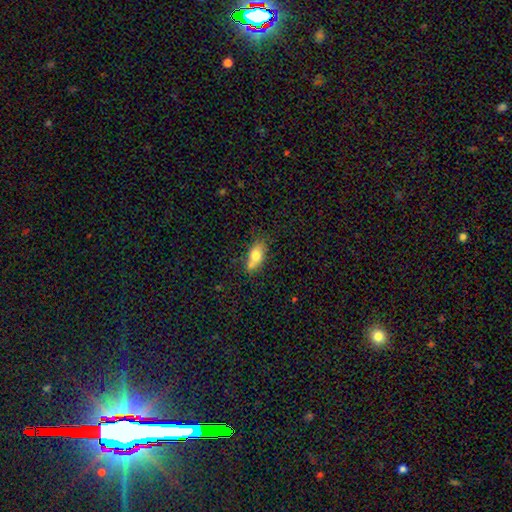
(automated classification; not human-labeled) smooth 74%, featured or disk 18%, star or artifact 8%. Down the decision tree: how rounded — in between (81%); merging — none (49%).